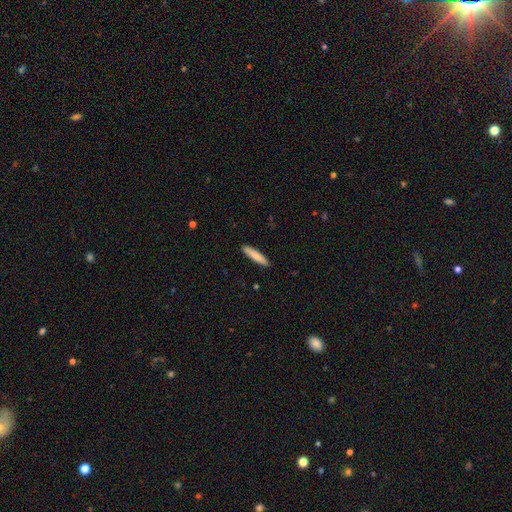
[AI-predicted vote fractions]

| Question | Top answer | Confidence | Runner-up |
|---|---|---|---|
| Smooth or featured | smooth | 80% | featured or disk (15%) |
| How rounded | cigar-shaped | 85% | in between (14%) |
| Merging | none | 90% | minor disturbance (8%) |